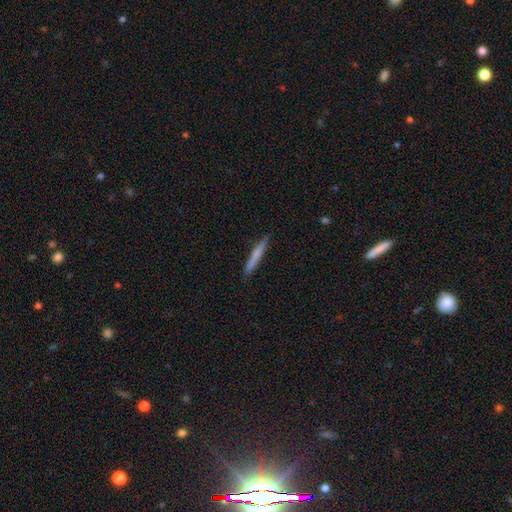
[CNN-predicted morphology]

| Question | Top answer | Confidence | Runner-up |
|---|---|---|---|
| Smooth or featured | smooth | 66% | featured or disk (28%) |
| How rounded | cigar-shaped | 96% | in between (3%) |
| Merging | none | 89% | minor disturbance (8%) |